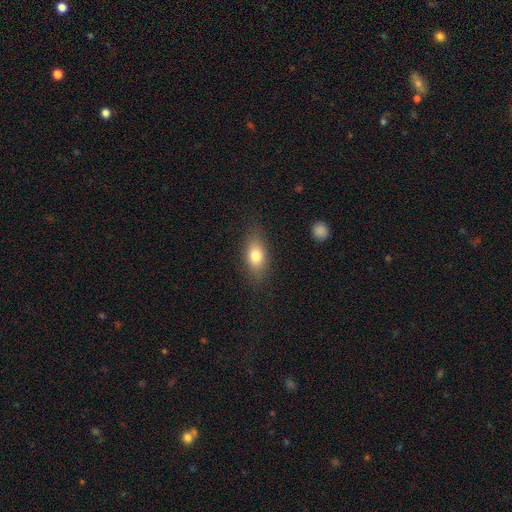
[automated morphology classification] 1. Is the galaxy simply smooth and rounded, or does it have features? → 76% smooth, 15% featured or disk, 9% star or artifact.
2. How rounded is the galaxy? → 80% in between, 10% round, 10% cigar-shaped.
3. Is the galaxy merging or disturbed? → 82% none, 13% minor disturbance, 4% major disturbance, 1% merger.